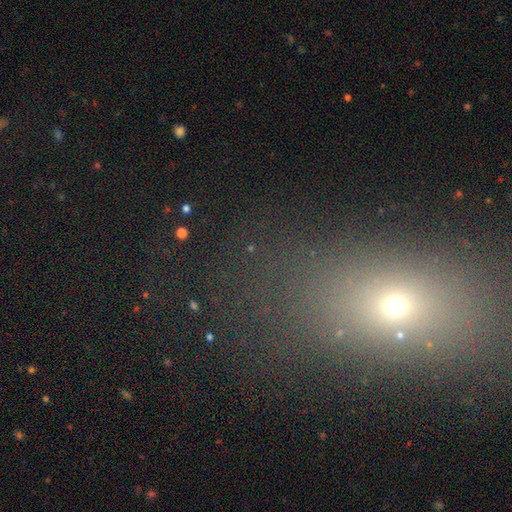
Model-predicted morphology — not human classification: Overall: smooth (45%; star or artifact 41%). Merging: none (75%).